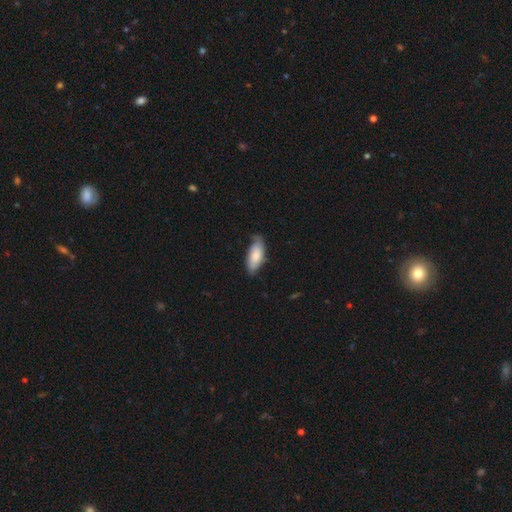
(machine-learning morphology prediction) Q: Smooth or featured?
A: smooth (71%); runner-up: featured or disk (23%)
Q: How rounded?
A: in between (80%); runner-up: cigar-shaped (18%)
Q: Merging?
A: none (61%); runner-up: minor disturbance (32%)